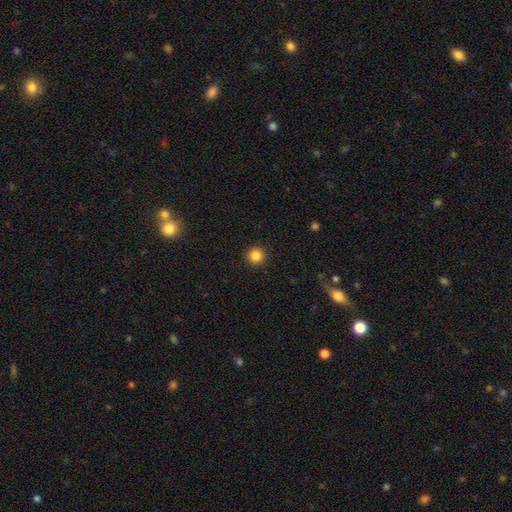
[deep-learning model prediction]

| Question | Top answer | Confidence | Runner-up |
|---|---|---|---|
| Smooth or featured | smooth | 86% | star or artifact (11%) |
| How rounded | round | 94% | in between (5%) |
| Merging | none | 93% | minor disturbance (5%) |